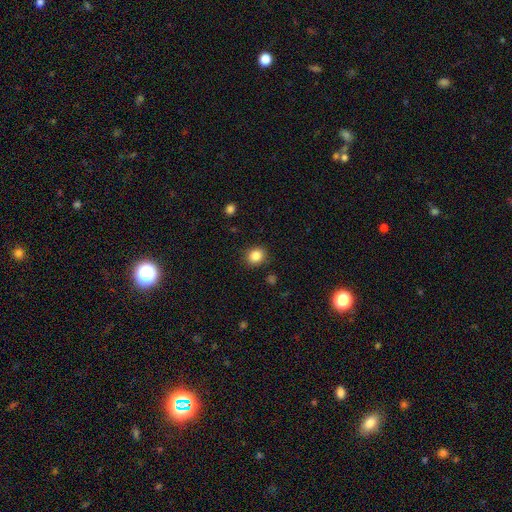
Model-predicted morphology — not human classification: This is clearly a smooth galaxy (85%). How rounded: likely round (67%). Merging: clearly none (88%).